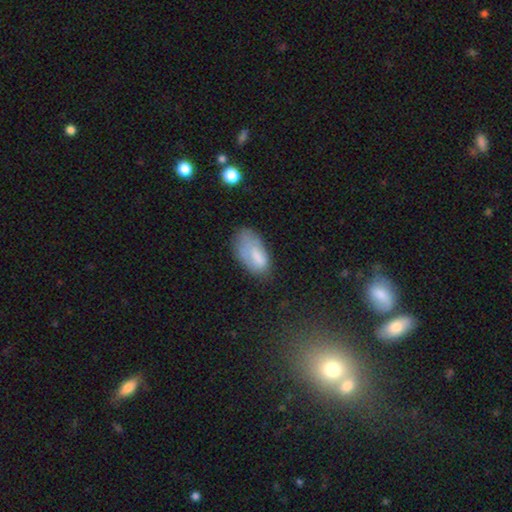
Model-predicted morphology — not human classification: This appears to be a smooth galaxy with no disk features (69%) that is in between round and cigar-shaped (92%). Merging: none (46%).